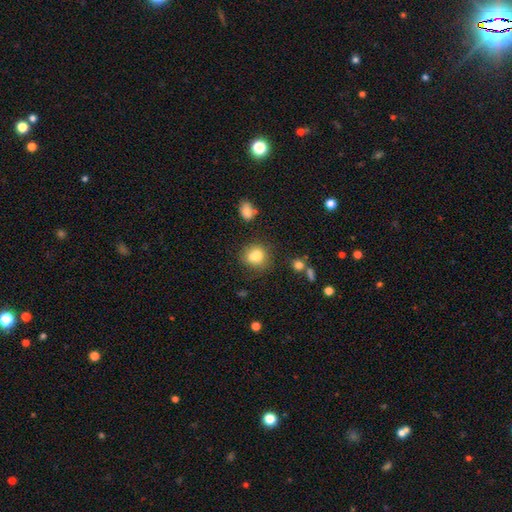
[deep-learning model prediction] smooth-or-featured: smooth: 76% | featured or disk: 13% | star or artifact: 11%
  how-rounded: round: 66% | in between: 33% | cigar-shaped: 1%
  merging: none: 48% | merger: 31% | minor disturbance: 15% | major disturbance: 5%